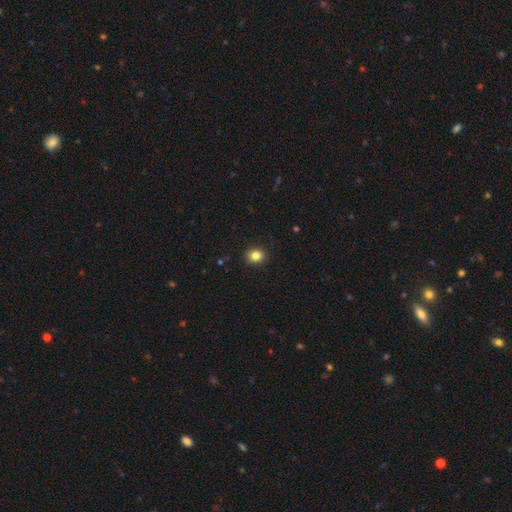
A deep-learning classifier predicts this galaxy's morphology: smooth-or-featured: smooth: 84% | star or artifact: 11% | featured or disk: 5%
  how-rounded: round: 78% | in between: 21% | cigar-shaped: 1%
  merging: none: 91% | minor disturbance: 6% | major disturbance: 2% | merger: 1%